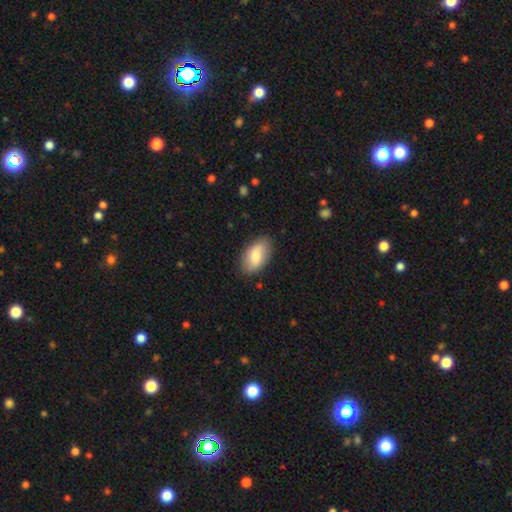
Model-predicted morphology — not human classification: Smooth or featured?
  - smooth: 79% *
  - featured or disk: 15%
  - star or artifact: 6%
How rounded?
  - in between: 94% *
  - round: 4%
  - cigar-shaped: 2%
Merging?
  - none: 82% *
  - minor disturbance: 13%
  - major disturbance: 3%
  - merger: 1%